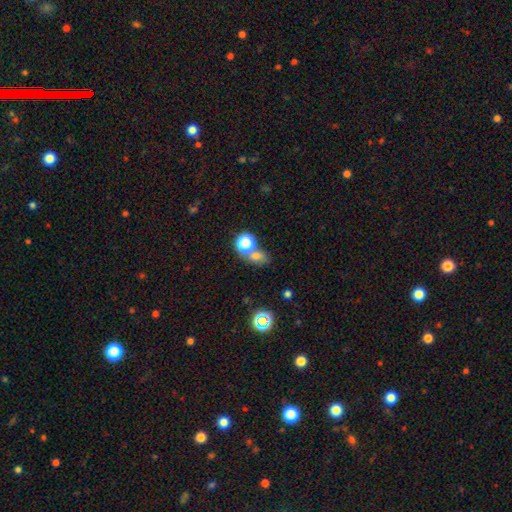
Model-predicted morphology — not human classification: Overall: smooth (64%). How rounded: in between (53%; round 45%). Merging: none (44%; merger 39%).